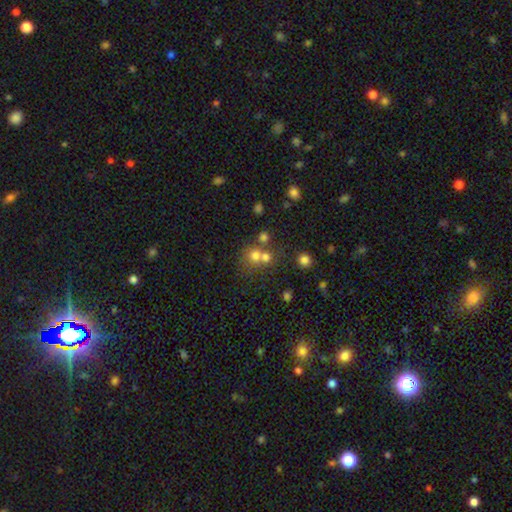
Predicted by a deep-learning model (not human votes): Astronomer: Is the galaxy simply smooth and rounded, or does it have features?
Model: smooth — 68%.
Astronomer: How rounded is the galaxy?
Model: round — 84%.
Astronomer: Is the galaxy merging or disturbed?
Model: merger — 45%, tied with none at 45%.